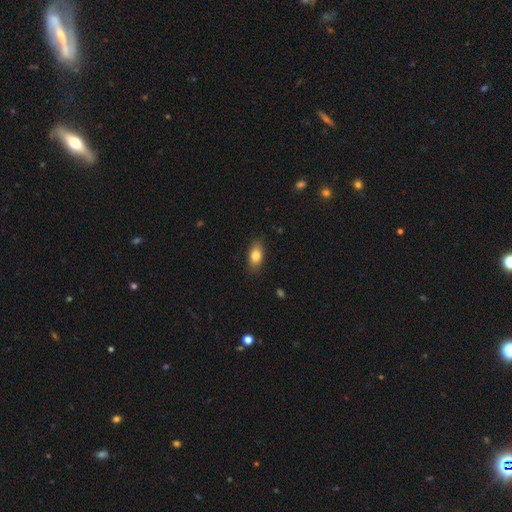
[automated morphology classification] A smooth galaxy with no disk features (80%) that is in between round and cigar-shaped (86%).

Vote fractions:
- Smooth or featured? smooth: 80% / featured or disk: 12% / star or artifact: 8%
- How rounded? in between: 86% / round: 7% / cigar-shaped: 7%
- Merging? none: 84% / minor disturbance: 12% / major disturbance: 2% / merger: 1%